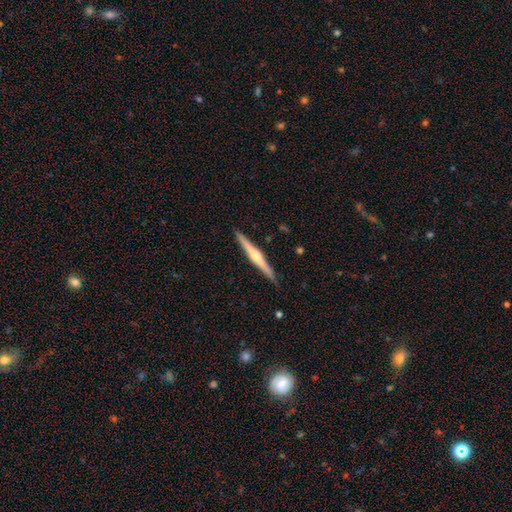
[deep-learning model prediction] Smooth or featured? Predicted: featured or disk (p=0.69). Edge-on disk? Predicted: yes (p=0.98). Edge-on bulge? Predicted: rounded (p=0.84). Merging? Predicted: none (p=0.91).